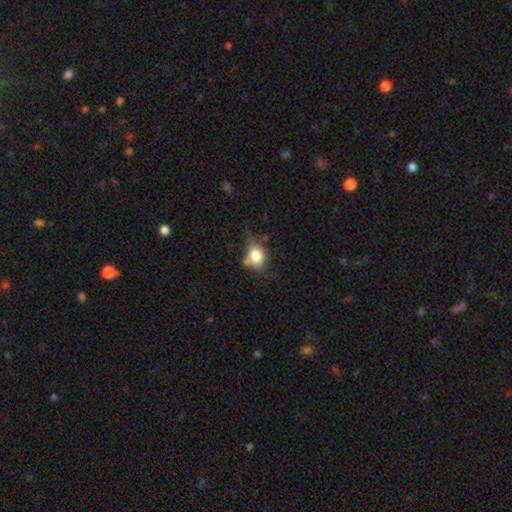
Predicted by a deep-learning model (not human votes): smooth-or-featured: smooth: 77% | featured or disk: 14% | star or artifact: 9%
  how-rounded: in between: 53% | round: 46% | cigar-shaped: 2%
  merging: none: 44% | minor disturbance: 32% | merger: 13% | major disturbance: 12%